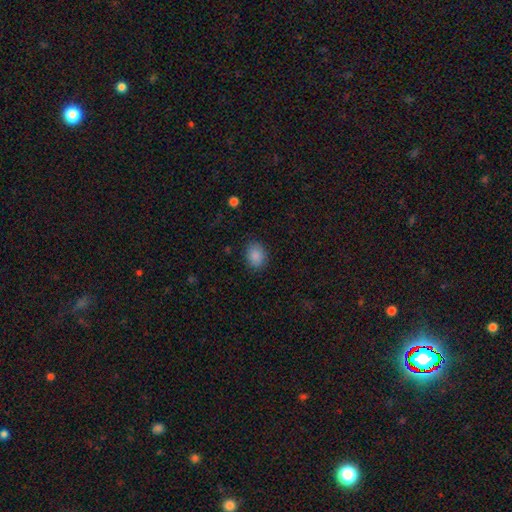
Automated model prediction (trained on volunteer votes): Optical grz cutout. It shows a smooth galaxy with no disk features (87%) that is in between round and cigar-shaped (56%). Merging: none (85%).